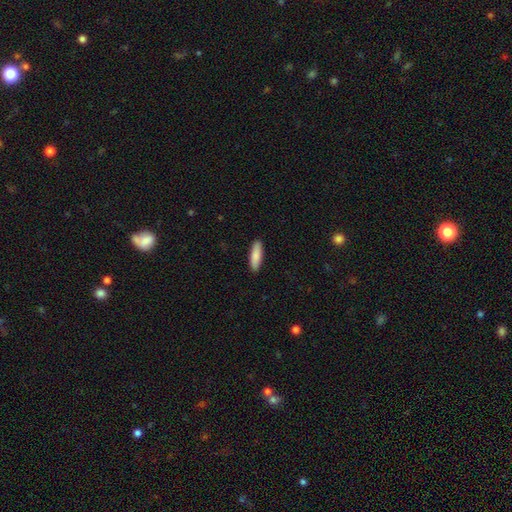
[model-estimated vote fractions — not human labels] Morphology: type=smooth (87%); roundness=cigar-shaped (61%); merging=none (91%).